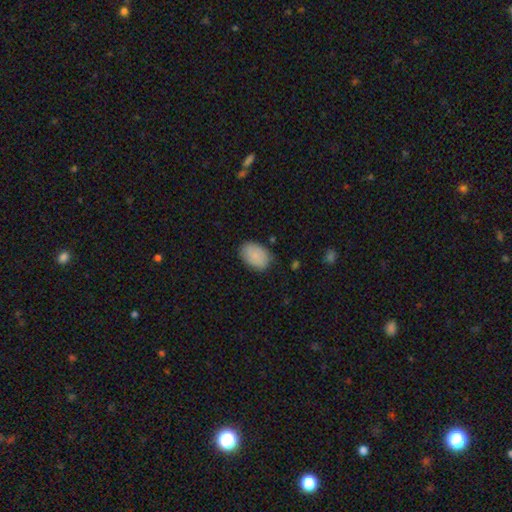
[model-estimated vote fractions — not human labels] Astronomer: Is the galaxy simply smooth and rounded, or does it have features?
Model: smooth — 85%.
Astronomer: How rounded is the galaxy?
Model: in between — 85%.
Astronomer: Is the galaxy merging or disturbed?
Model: none — 80%.